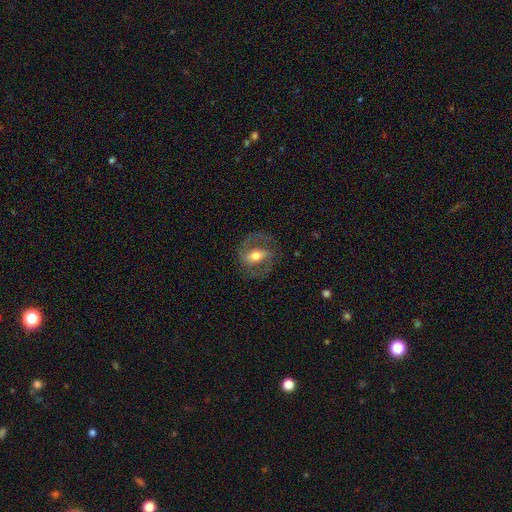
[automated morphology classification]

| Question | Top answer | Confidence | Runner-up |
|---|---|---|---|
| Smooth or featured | featured or disk | 75% | smooth (18%) |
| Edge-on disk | no | 94% | yes (6%) |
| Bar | strong | 46% | weak (35%) |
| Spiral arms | yes | 83% | no (17%) |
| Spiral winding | medium | 51% | tight (30%) |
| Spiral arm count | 2 | 87% | can't tell (7%) |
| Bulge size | moderate | 67% | small (22%) |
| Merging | none | 78% | minor disturbance (13%) |